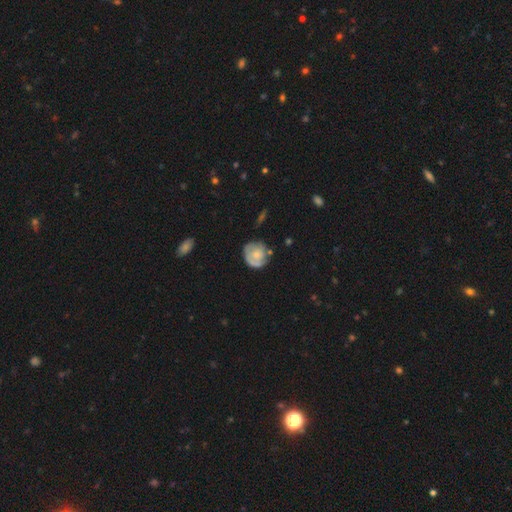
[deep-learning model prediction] Smooth or featured? smooth (47%, tied with featured or disk)
Merging? none (63%)